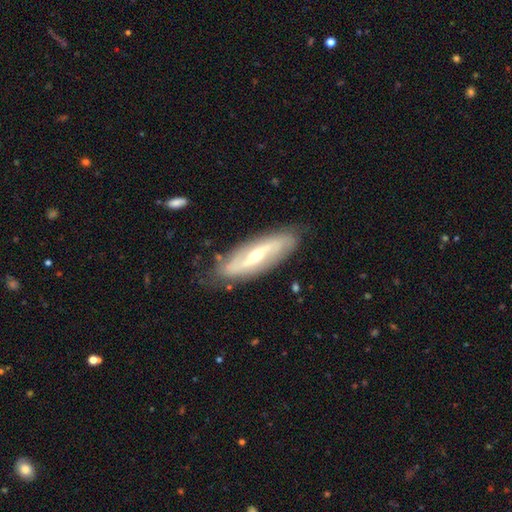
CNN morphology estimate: type=featured or disk (81%); edge-on=no (82%); bar=strong (45%); spiral arms=yes (85%); winding=loose (47%); arm count=2 (85%); bulge=small (50%); merging=none (81%).